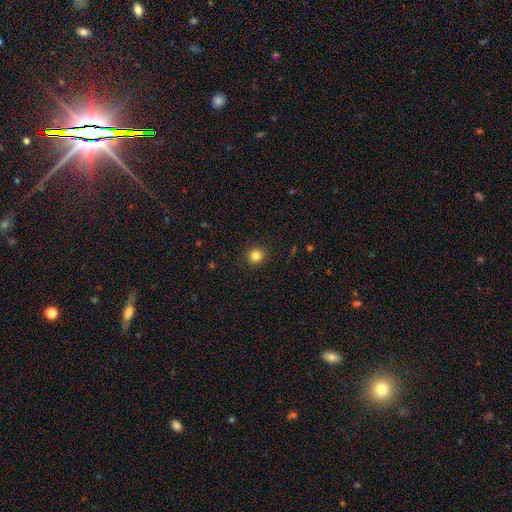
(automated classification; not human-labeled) This appears to be a smooth galaxy with no disk features (83%) that is round (92%). Merging: none (92%).